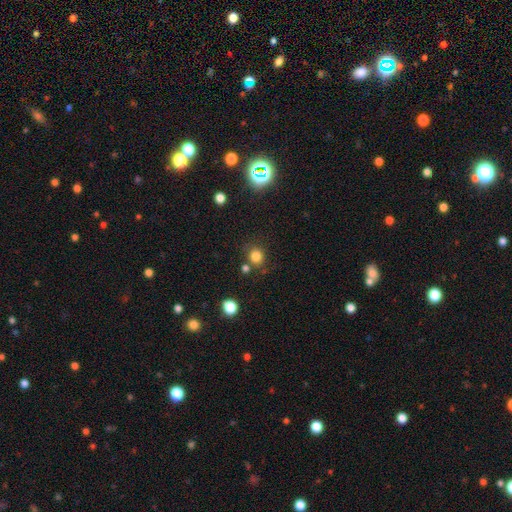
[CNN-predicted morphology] Smooth or featured: smooth — 80% (star or artifact — 14%)
How rounded: round — 85% (in between — 14%)
Merging: none — 75% (minor disturbance — 11%)